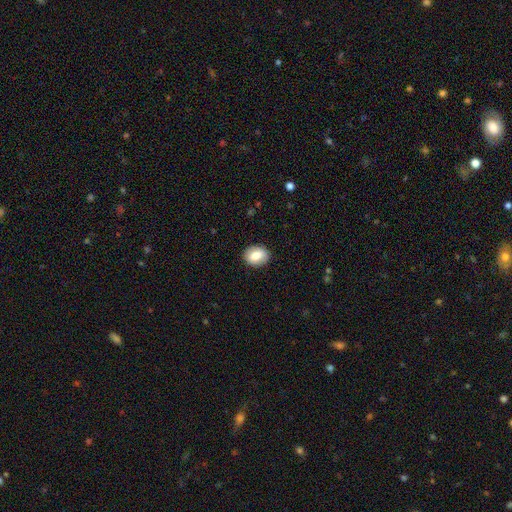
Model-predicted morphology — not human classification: smooth 76%, featured or disk 17%, star or artifact 8%. Down the decision tree: how rounded — in between (53%); merging — none (88%).